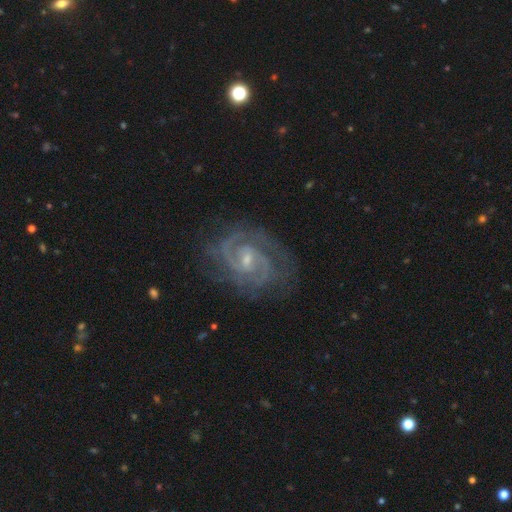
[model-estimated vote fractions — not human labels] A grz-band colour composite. It shows a featured or disk galaxy (88%) with a weak bar (49%), 2 (62%) tight (56%) spiral arms (98%) and a small central bulge (66%). Merging: none (79%).